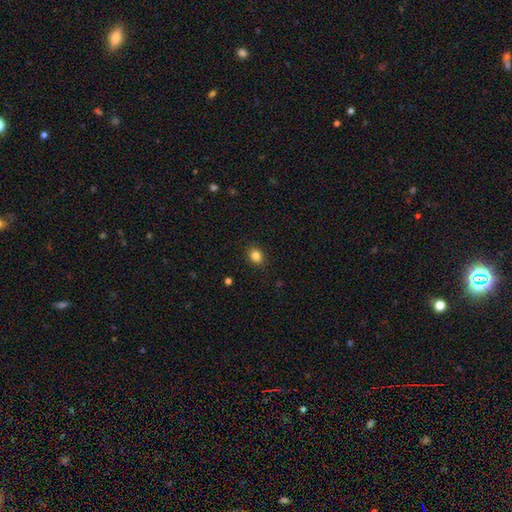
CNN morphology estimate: Overall: smooth (84%). How rounded: round (50%; in between 49%). Merging: none (89%).